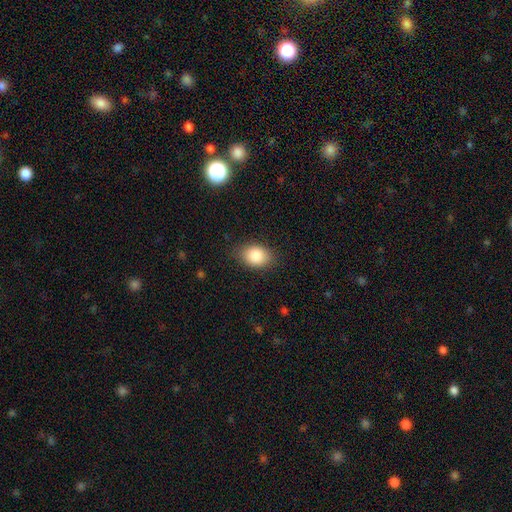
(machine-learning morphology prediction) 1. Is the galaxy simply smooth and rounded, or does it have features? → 85% smooth, 8% star or artifact, 7% featured or disk.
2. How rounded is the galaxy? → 72% in between, 27% round, 1% cigar-shaped.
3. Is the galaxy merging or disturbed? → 83% none, 13% minor disturbance, 3% major disturbance, 1% merger.